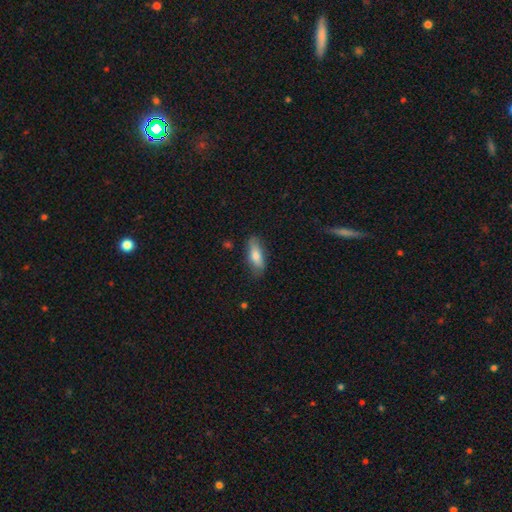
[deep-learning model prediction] Smooth or featured: smooth — 76% (featured or disk — 18%)
How rounded: in between — 68% (cigar-shaped — 30%)
Merging: none — 76% (minor disturbance — 18%)